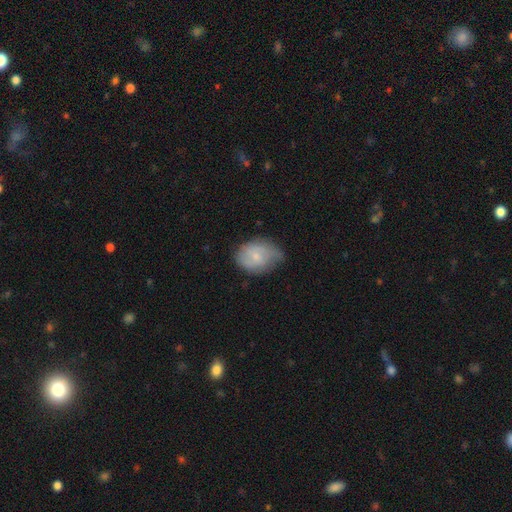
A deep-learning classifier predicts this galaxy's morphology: type=smooth (59%); roundness=in between (61%); merging=none (47%).